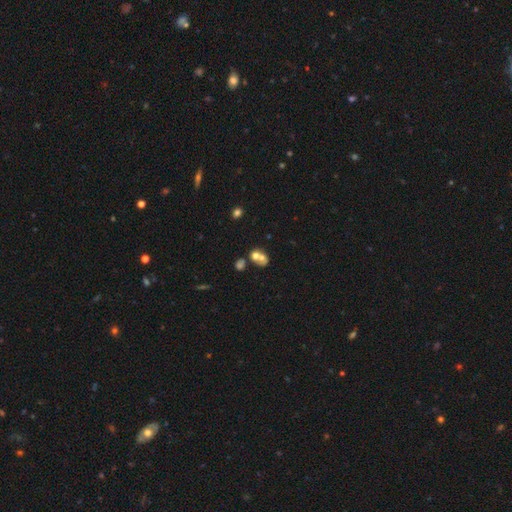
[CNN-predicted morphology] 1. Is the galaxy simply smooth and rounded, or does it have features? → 57% smooth, 29% featured or disk, 14% star or artifact.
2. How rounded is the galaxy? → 53% round, 46% in between, 1% cigar-shaped.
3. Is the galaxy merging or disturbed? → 61% merger, 24% none, 8% minor disturbance, 6% major disturbance.